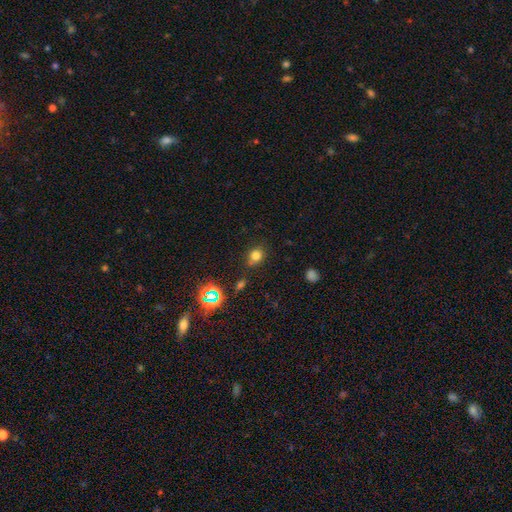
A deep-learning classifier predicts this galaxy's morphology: Q: Smooth or featured?
A: smooth (74%); runner-up: star or artifact (19%)
Q: How rounded?
A: round (66%); runner-up: in between (32%)
Q: Merging?
A: none (71%); runner-up: minor disturbance (18%)